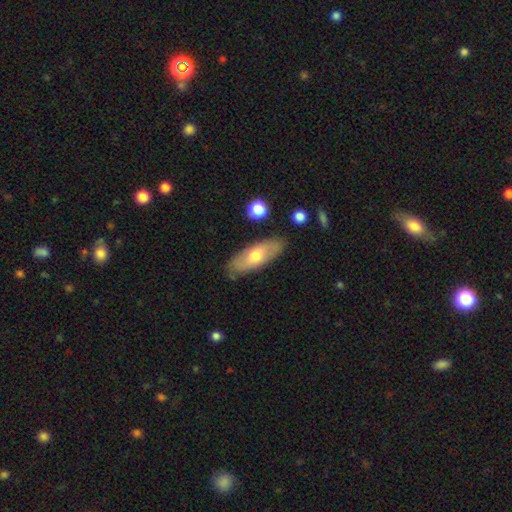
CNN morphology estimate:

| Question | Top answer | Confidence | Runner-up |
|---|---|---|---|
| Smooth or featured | smooth | 55% | featured or disk (39%) |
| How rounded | in between | 72% | cigar-shaped (25%) |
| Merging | none | 80% | minor disturbance (15%) |